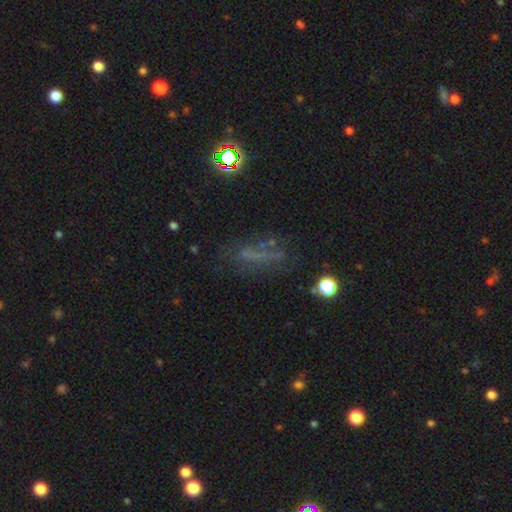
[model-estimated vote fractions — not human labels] smooth_or_featured: smooth (p=0.38) [alt: featured or disk p=0.32]
merging: none (p=0.56) [alt: minor disturbance p=0.20]